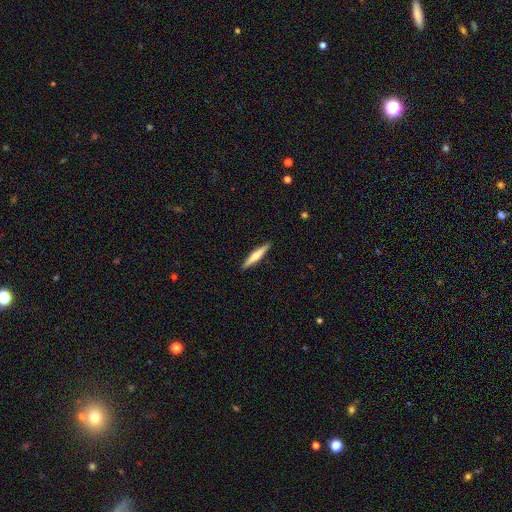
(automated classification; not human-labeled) featured or disk 49%, smooth 46%, star or artifact 5%. Down the decision tree: merging — none (91%).